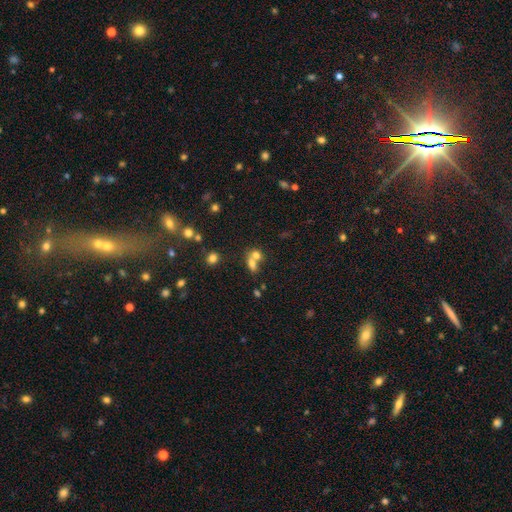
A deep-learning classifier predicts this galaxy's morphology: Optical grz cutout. It shows a smooth galaxy with no disk features (46%). Merging: none (56%).